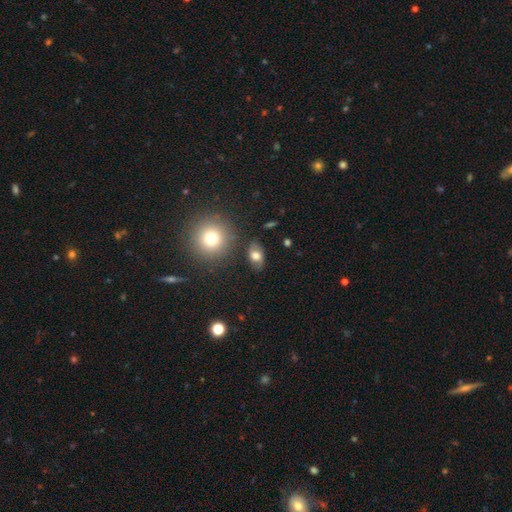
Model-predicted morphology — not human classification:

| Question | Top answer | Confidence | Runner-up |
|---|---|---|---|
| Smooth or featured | smooth | 69% | featured or disk (21%) |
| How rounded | in between | 82% | round (16%) |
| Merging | none | 80% | minor disturbance (13%) |